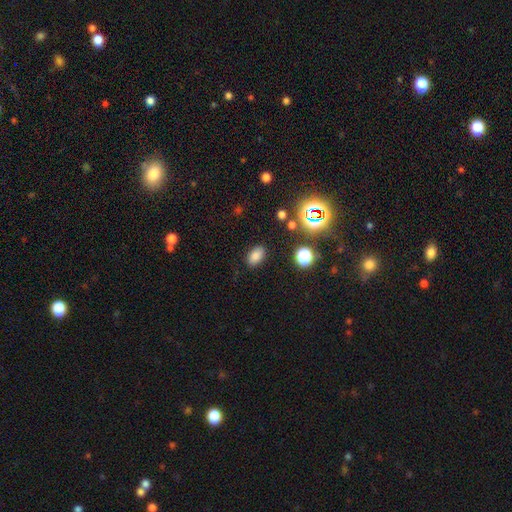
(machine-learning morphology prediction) This appears to be a smooth galaxy with no disk features (78%) that is in between round and cigar-shaped (88%). Merging: none (87%).